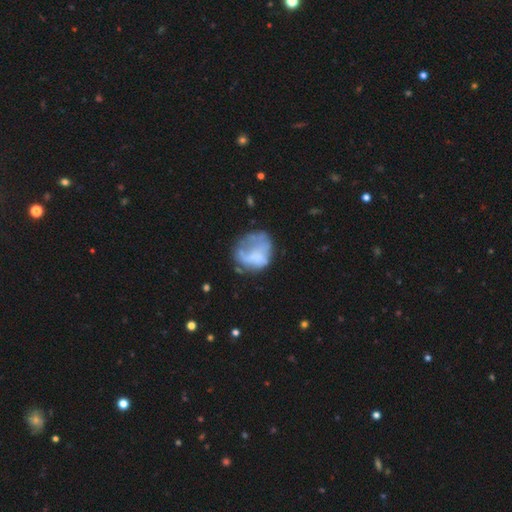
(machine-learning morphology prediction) featured or disk 45% (tied), smooth 45% (tied), star or artifact 10%. Down the decision tree: merging — none (37%).